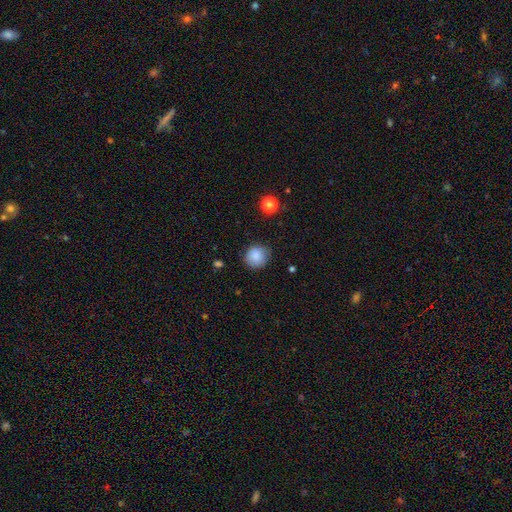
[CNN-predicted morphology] Smooth or featured?
  - smooth: 87% *
  - star or artifact: 9%
  - featured or disk: 5%
How rounded?
  - round: 88% *
  - in between: 11%
  - cigar-shaped: 1%
Merging?
  - none: 80% *
  - minor disturbance: 16%
  - major disturbance: 3%
  - merger: 1%